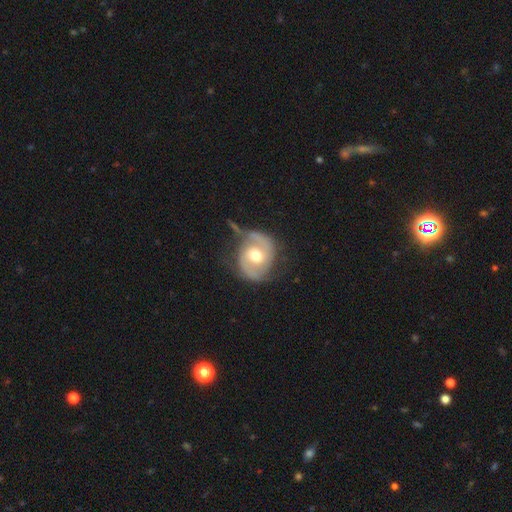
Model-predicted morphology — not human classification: type=featured or disk (80%); edge-on=no (97%); bar=no (51%); spiral arms=yes (91%); winding=medium (47%); arm count=2 (86%); bulge=moderate (76%); merging=none (61%).